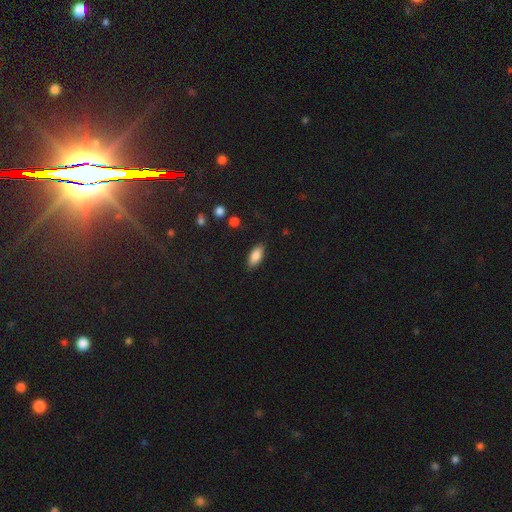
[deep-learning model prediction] smooth-or-featured: smooth: 85% | featured or disk: 8% | star or artifact: 7%
  how-rounded: in between: 86% | cigar-shaped: 12% | round: 2%
  merging: none: 85% | minor disturbance: 11% | major disturbance: 3% | merger: 1%